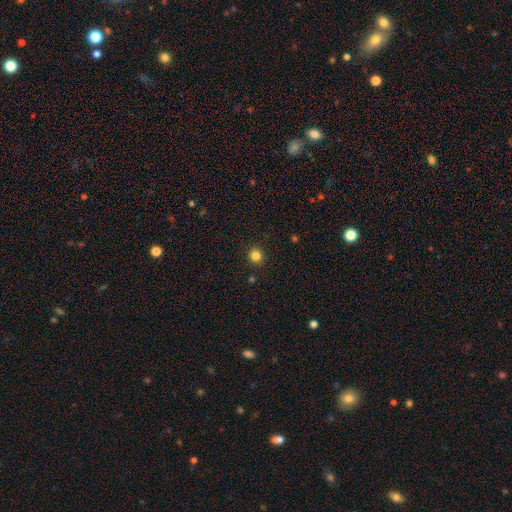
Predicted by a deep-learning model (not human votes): Q: Smooth or featured?
A: smooth (83%); runner-up: star or artifact (13%)
Q: How rounded?
A: round (94%); runner-up: in between (5%)
Q: Merging?
A: none (92%); runner-up: minor disturbance (5%)